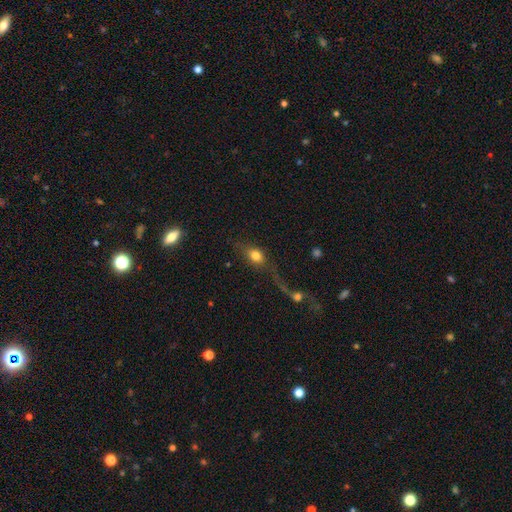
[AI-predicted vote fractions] This is likely a smooth galaxy (73%). How rounded: likely in between (62%). Merging: marginally none (34%).